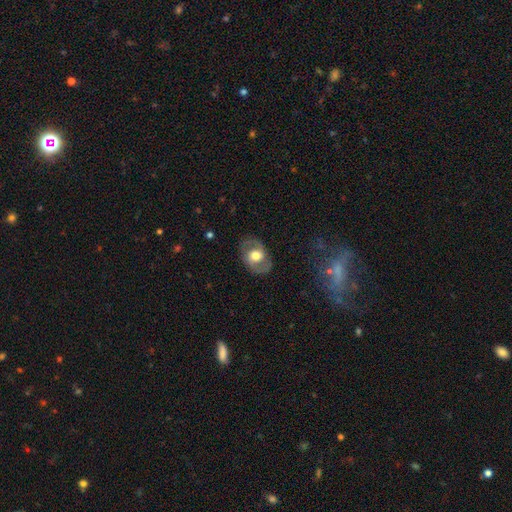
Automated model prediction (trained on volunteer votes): The model was most divided on "bulge size": moderate: 59%, large: 32%, small: 6%, dominant: 2%, none: 1%. More confident: edge-on disk — no (95%); merging — none (81%); spiral arms — yes (70%); smooth or featured — featured or disk (65%); bar — no (60%).